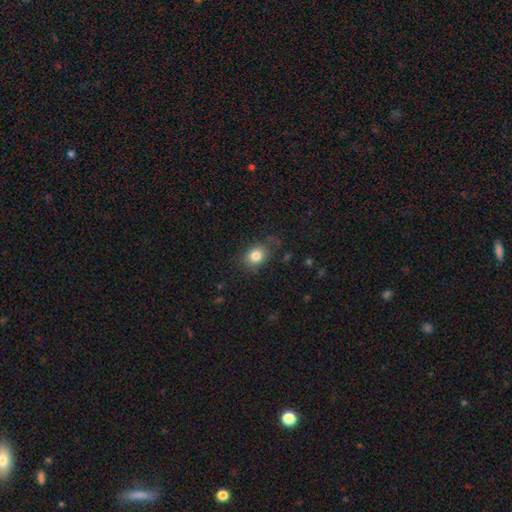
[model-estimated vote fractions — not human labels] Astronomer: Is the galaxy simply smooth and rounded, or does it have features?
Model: smooth — 82%.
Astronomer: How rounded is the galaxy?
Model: in between — 52% (runner-up: round, 47%).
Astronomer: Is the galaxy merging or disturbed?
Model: none — 73%.